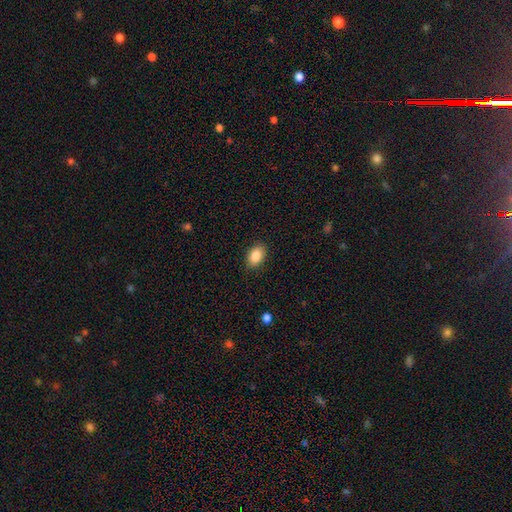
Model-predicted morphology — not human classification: This appears to be a smooth galaxy with no disk features (87%) that is in between round and cigar-shaped (87%). Merging: none (88%).